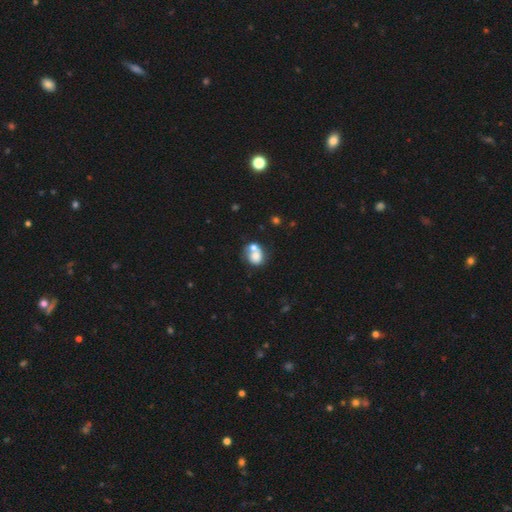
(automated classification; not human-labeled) This appears to be a smooth galaxy with no disk features (67%) that is round (61%). Merging: merger (53%).